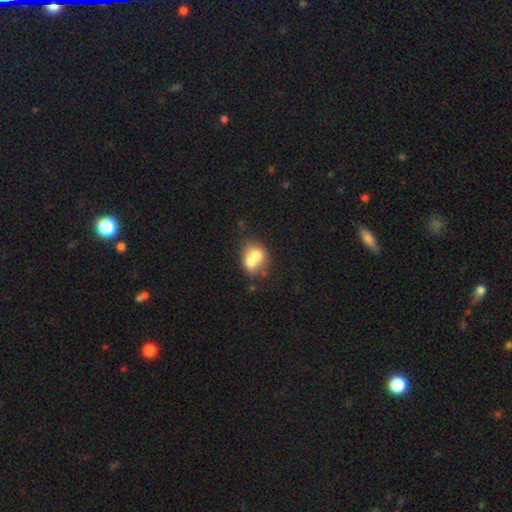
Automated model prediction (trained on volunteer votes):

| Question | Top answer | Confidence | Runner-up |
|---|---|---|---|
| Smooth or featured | smooth | 64% | featured or disk (27%) |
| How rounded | round | 53% | in between (46%) |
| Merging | merger | 64% | none (25%) |